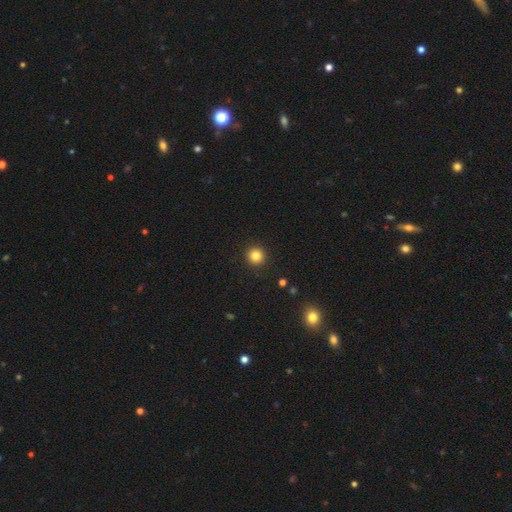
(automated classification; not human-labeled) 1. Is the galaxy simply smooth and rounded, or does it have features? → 83% smooth, 12% star or artifact, 5% featured or disk.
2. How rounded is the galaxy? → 95% round, 4% in between, 1% cigar-shaped.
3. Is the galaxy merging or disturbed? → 93% none, 4% minor disturbance, 2% major disturbance, 1% merger.